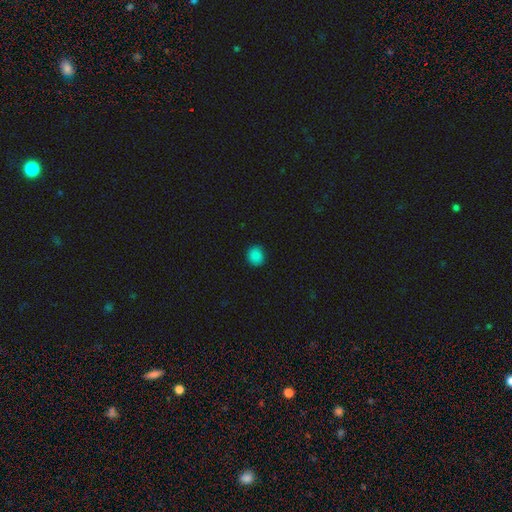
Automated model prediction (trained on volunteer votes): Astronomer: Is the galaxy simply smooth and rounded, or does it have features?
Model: smooth — 86%.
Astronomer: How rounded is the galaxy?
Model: round — 81%.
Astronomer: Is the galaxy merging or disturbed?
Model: none — 88%.